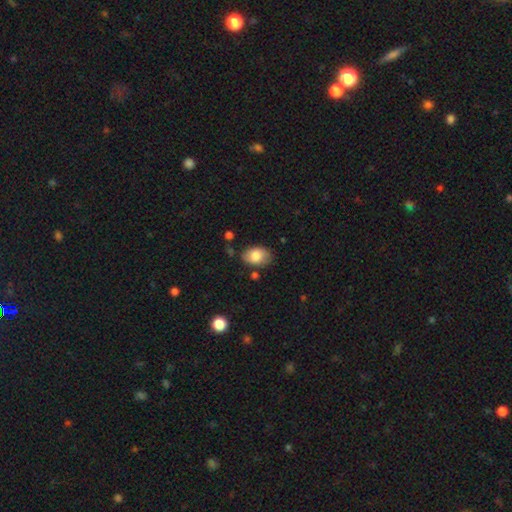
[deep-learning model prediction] A smooth galaxy with no disk features (82%) that is in between round and cigar-shaped (85%).

Vote fractions:
- Smooth or featured? smooth: 82% / featured or disk: 11% / star or artifact: 7%
- How rounded? in between: 85% / round: 14% / cigar-shaped: 1%
- Merging? none: 73% / minor disturbance: 19% / major disturbance: 4% / merger: 4%